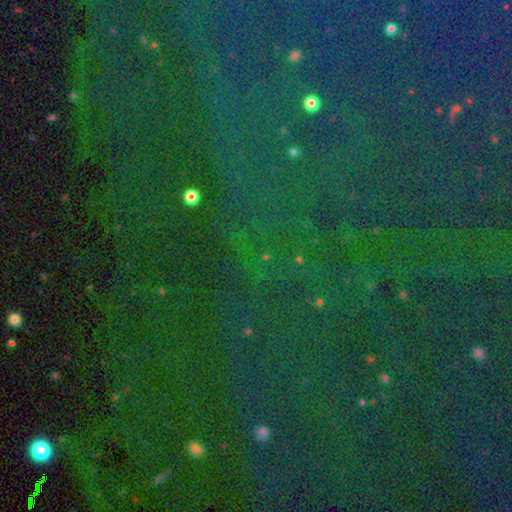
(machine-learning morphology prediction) Q: Smooth or featured?
A: star or artifact (82%); runner-up: smooth (10%)